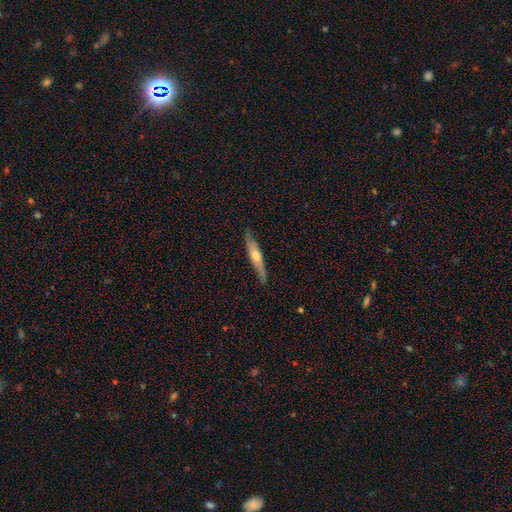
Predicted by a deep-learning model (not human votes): Smooth or featured: featured or disk — 56% (smooth — 38%)
Edge-on disk: yes — 87% (no — 13%)
Merging: none — 85% (minor disturbance — 12%)